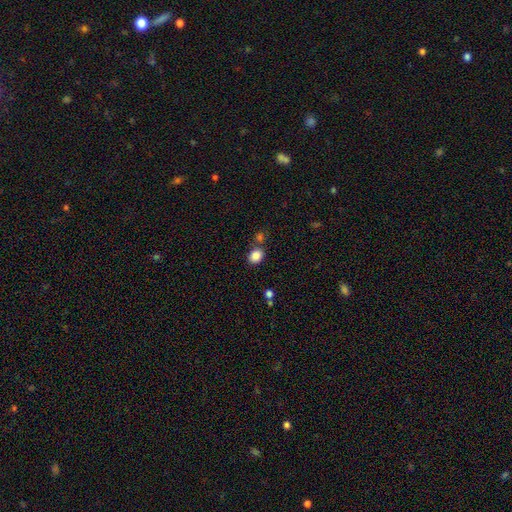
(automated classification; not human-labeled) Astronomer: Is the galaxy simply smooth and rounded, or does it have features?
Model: smooth — 86%.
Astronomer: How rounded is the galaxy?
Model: in between — 50% (runner-up: round, 49%).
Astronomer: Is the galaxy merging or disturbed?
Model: none — 70%.